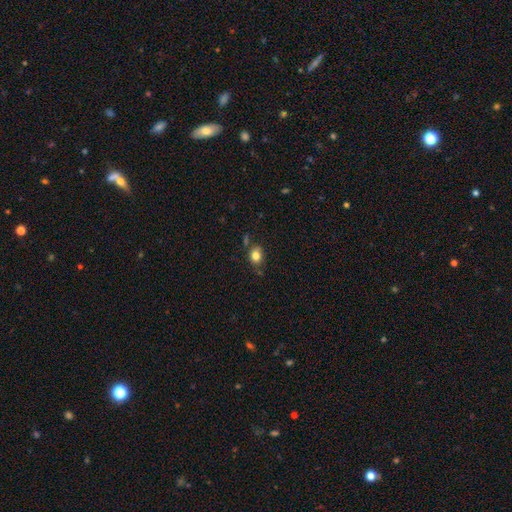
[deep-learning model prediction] smooth 82%, star or artifact 11%, featured or disk 8%. Down the decision tree: how rounded — round (52%); merging — none (74%).